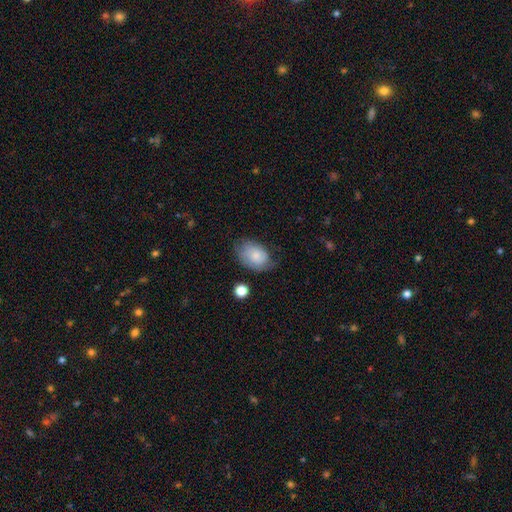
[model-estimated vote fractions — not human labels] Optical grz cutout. It shows a smooth galaxy with no disk features (74%) that is in between round and cigar-shaped (82%). Merging: none (53%).